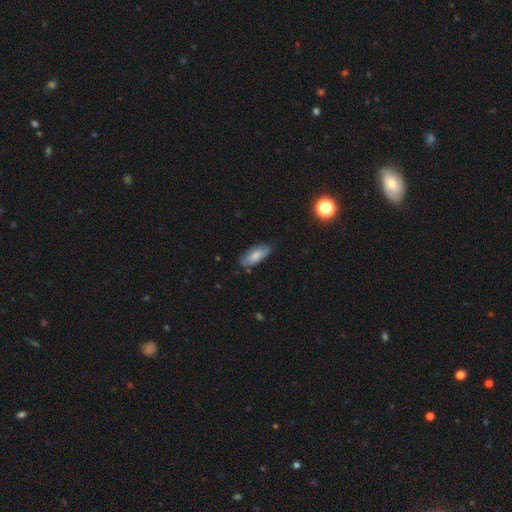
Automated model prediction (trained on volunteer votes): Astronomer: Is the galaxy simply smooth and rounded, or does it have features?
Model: smooth — 75%.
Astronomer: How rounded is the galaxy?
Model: in between — 82%.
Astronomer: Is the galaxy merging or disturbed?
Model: none — 72%.